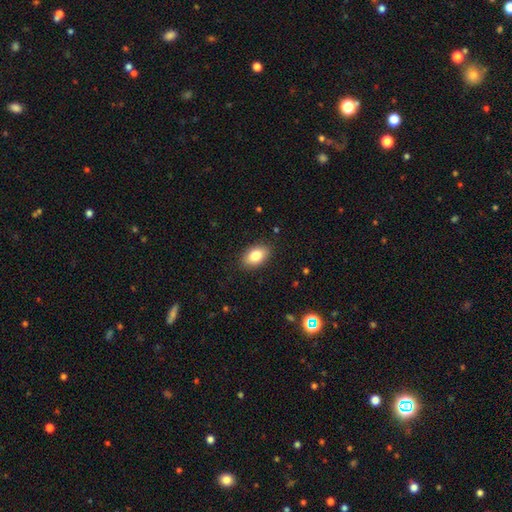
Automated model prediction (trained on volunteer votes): Smooth or featured? smooth (83%)
How rounded? in between (90%)
Merging? none (88%)